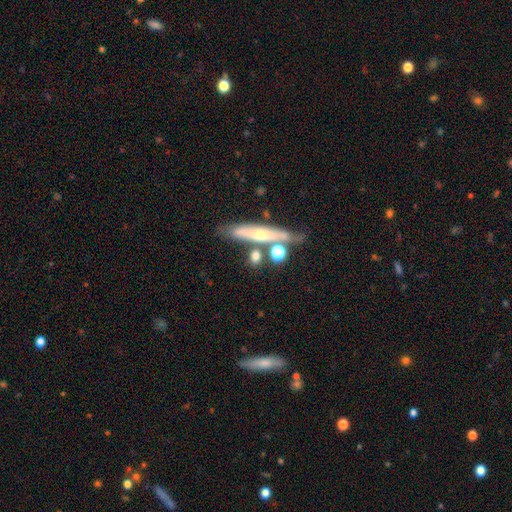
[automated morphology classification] This is possibly a smooth galaxy (57%). How rounded: possibly cigar-shaped (46%). Merging: possibly none (60%).